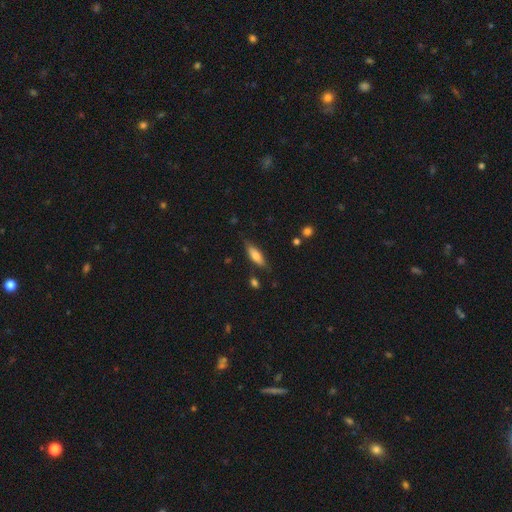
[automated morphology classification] Smooth or featured? smooth (69%)
How rounded? in between (56%)
Merging? none (76%)